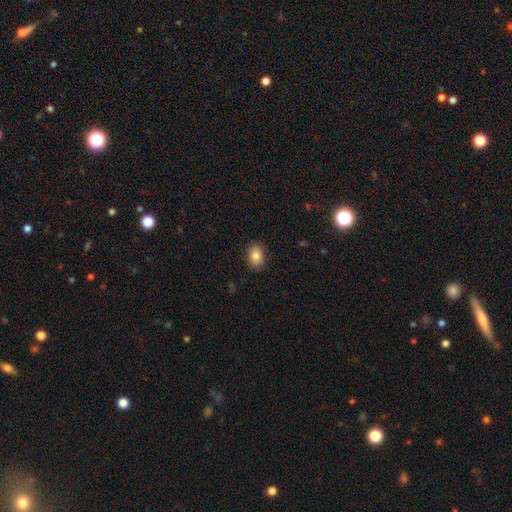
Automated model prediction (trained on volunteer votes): This appears to be a smooth galaxy with no disk features (85%) that is in between round and cigar-shaped (67%). Merging: none (89%).